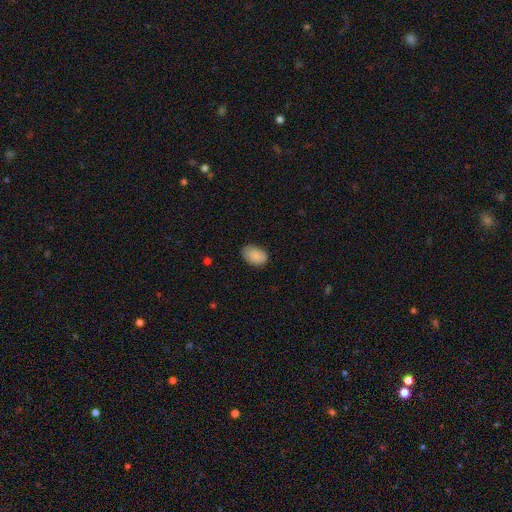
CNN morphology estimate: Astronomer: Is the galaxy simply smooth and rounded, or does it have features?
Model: smooth — 88%.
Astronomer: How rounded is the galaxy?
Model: in between — 84%.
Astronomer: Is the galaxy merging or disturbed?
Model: none — 76%.